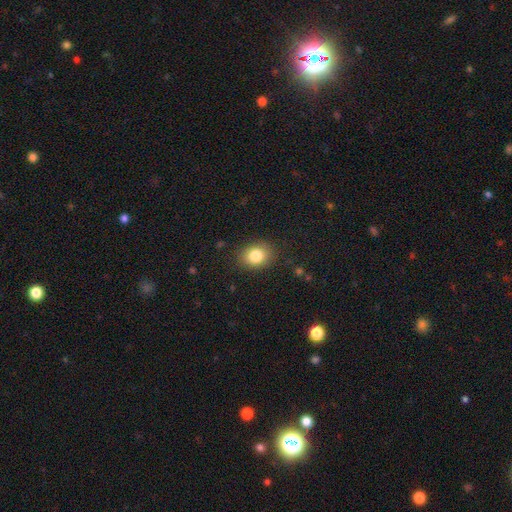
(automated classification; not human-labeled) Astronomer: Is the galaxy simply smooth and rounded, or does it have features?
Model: smooth — 83%.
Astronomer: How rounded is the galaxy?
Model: in between — 50% (runner-up: round, 49%).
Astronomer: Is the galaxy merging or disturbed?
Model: none — 85%.